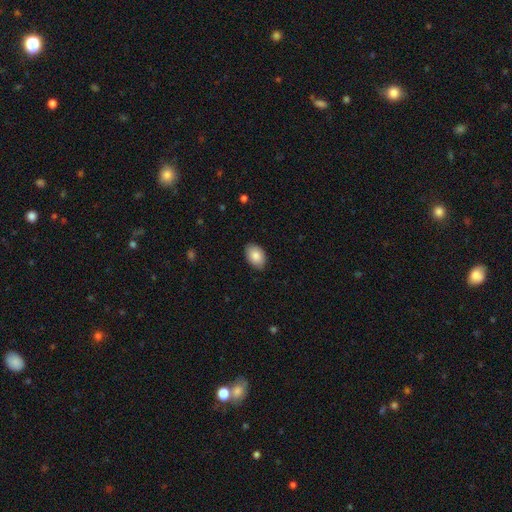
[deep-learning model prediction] Morphology: type=smooth (86%); roundness=in between (87%); merging=none (86%).